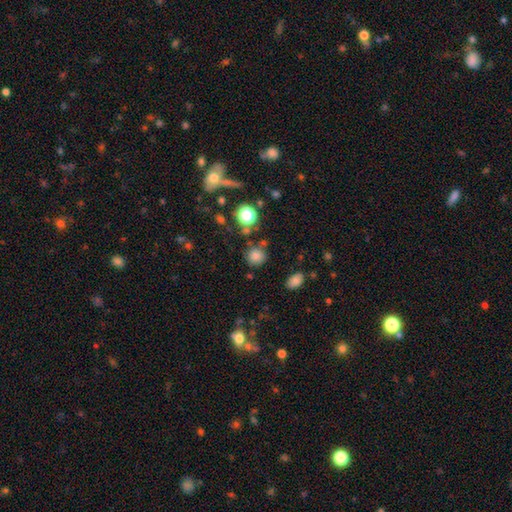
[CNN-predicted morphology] smooth 79%, star or artifact 15%, featured or disk 5%. Down the decision tree: how rounded — round (88%); merging — none (77%).